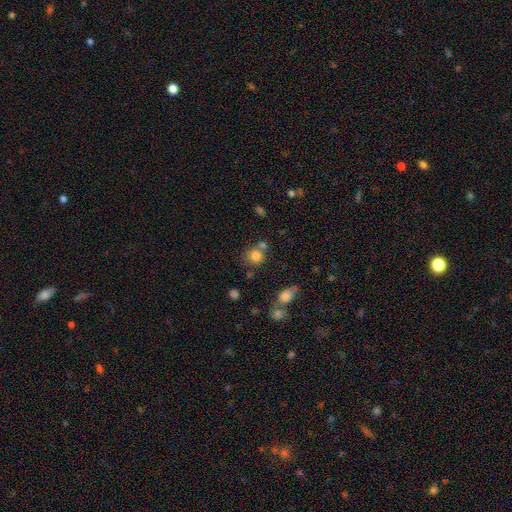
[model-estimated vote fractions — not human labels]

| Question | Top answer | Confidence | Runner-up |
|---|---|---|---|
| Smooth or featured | smooth | 80% | star or artifact (12%) |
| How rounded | round | 80% | in between (19%) |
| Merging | none | 56% | merger (25%) |